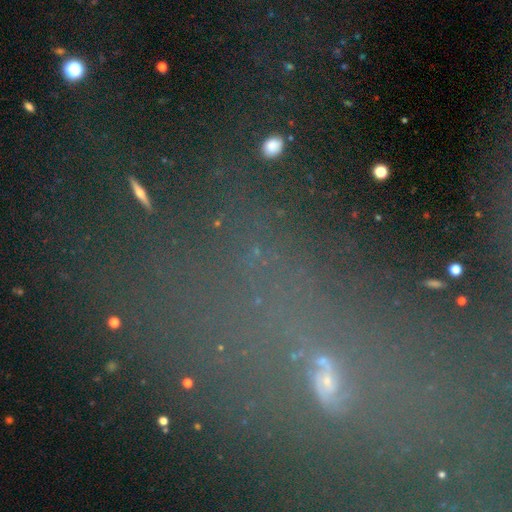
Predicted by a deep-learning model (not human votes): Morphology: type=star or artifact (59%).